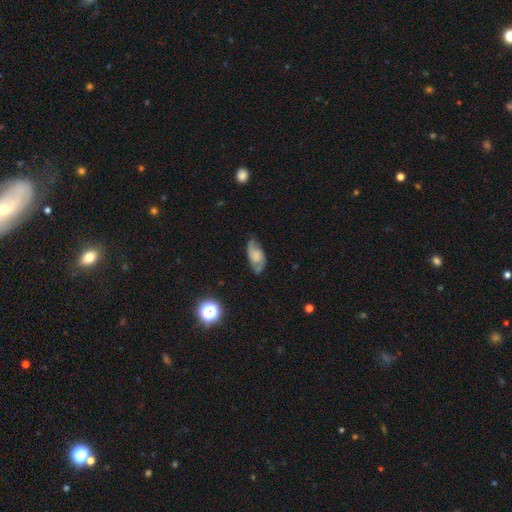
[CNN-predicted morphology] The model was most divided on "smooth or featured": featured or disk: 47%, smooth: 44%, star or artifact: 9%. More confident: merging — none (62%).